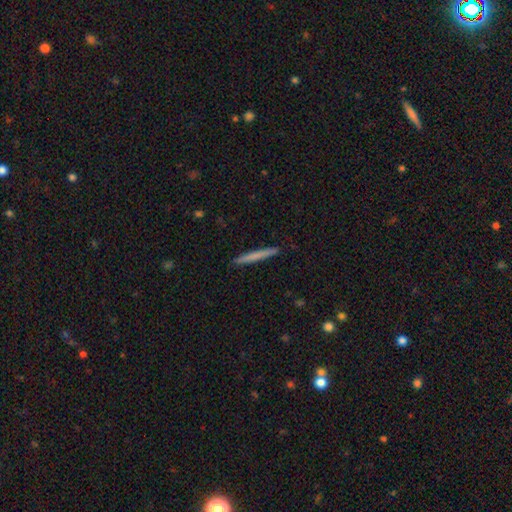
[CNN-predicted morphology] type=smooth (68%); roundness=cigar-shaped (97%); merging=none (92%).